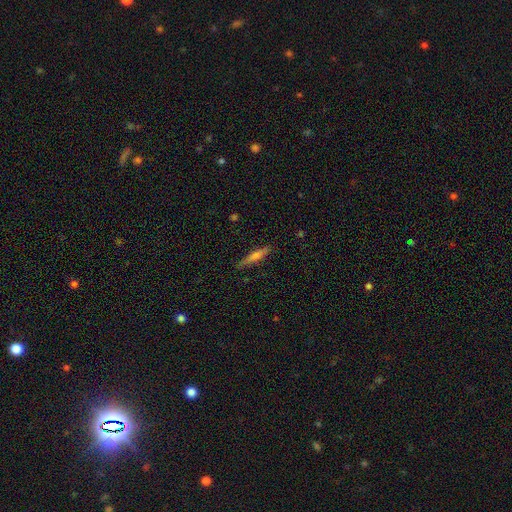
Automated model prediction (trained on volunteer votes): This is possibly a smooth galaxy (47%). Merging: clearly none (87%).